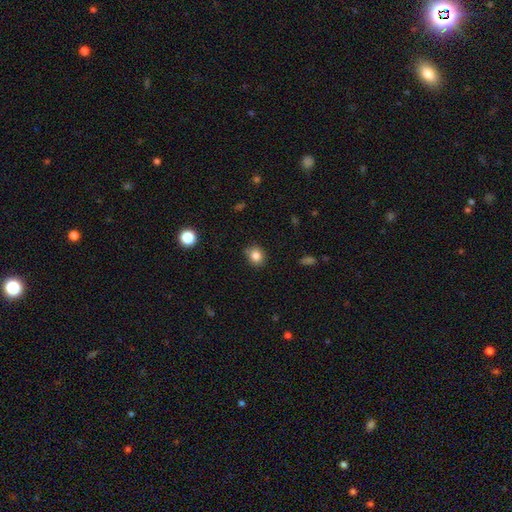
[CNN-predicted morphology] Overall: smooth (83%). How rounded: round (69%; in between 30%). Merging: none (80%).